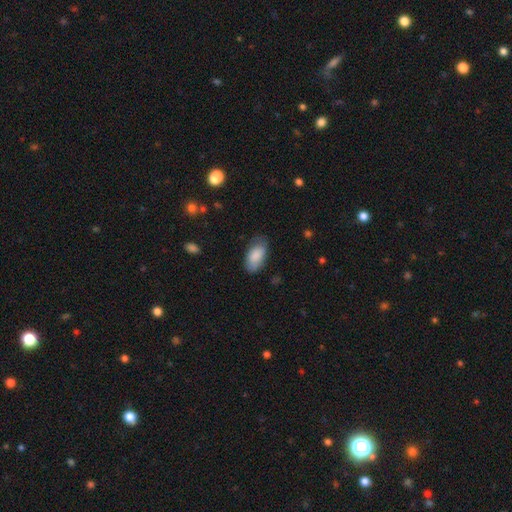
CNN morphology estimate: Q: Smooth or featured?
A: smooth (86%); runner-up: featured or disk (8%)
Q: How rounded?
A: in between (94%); runner-up: cigar-shaped (3%)
Q: Merging?
A: none (70%); runner-up: minor disturbance (23%)